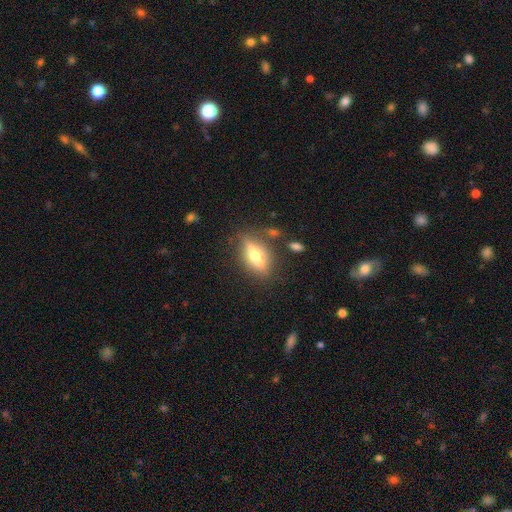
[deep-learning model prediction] A featured or disk galaxy (65%) viewed edge-on (89%) with a rounded central bulge (91%).

Vote fractions:
- Smooth or featured? featured or disk: 65% / smooth: 27% / star or artifact: 8%
- Edge-on disk? yes: 89% / no: 11%
- Edge-on bulge? rounded: 91% / boxy: 5% / none: 5%
- Merging? none: 80% / minor disturbance: 12% / major disturbance: 5% / merger: 3%